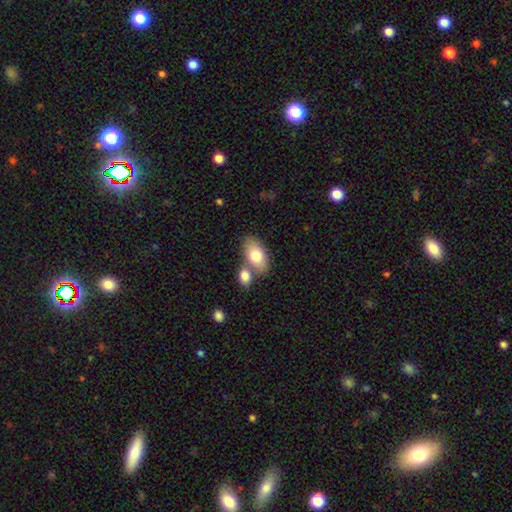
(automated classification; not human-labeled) A smooth galaxy with no disk features (75%) that is in between round and cigar-shaped (92%).

Vote fractions:
- Smooth or featured? smooth: 75% / featured or disk: 18% / star or artifact: 6%
- How rounded? in between: 92% / round: 5% / cigar-shaped: 2%
- Merging? none: 53% / merger: 33% / minor disturbance: 11% / major disturbance: 3%